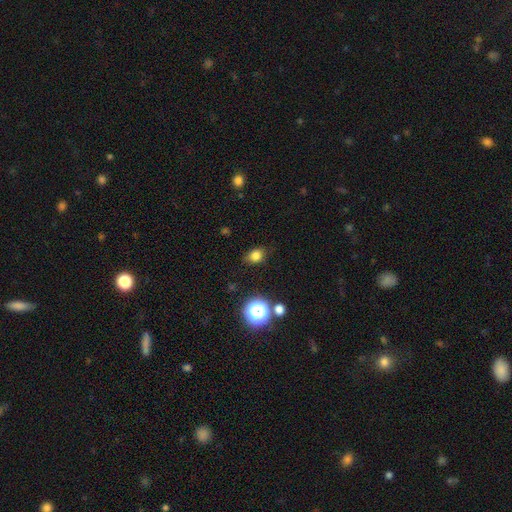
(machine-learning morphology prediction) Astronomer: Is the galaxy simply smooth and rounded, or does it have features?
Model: smooth — 78%.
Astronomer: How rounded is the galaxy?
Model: in between — 55% (runner-up: round, 43%).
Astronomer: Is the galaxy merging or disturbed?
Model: none — 79%.